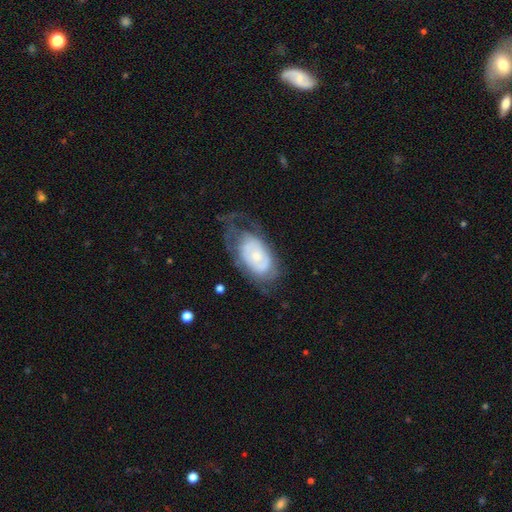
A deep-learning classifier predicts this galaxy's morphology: smooth-or-featured: featured or disk: 67% | smooth: 25% | star or artifact: 7%
  disk-edge-on: no: 94% | yes: 6%
    bar: no: 78% | weak: 18% | strong: 4%
    has-spiral-arms: yes: 69% | no: 31%
    bulge-size: small: 57% | moderate: 32% | large: 5% | none: 4% | dominant: 2%
  merging: none: 45% | major disturbance: 28% | minor disturbance: 25% | merger: 2%